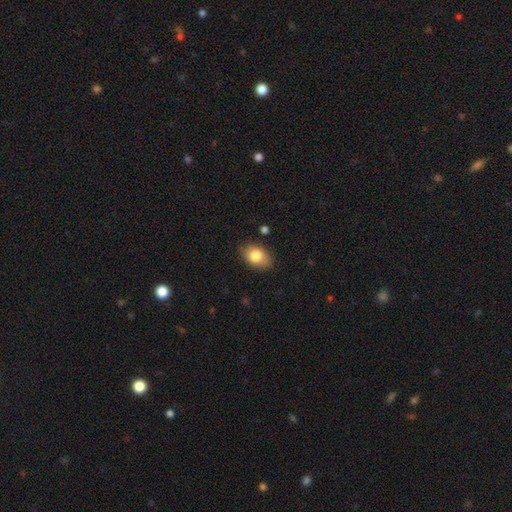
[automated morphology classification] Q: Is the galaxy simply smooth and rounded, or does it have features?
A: smooth — 82%.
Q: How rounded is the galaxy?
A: in between — 86%.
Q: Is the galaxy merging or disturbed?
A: none — 82%.